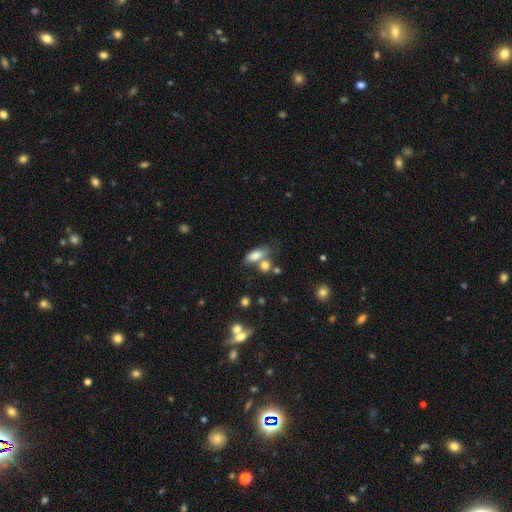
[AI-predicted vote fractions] Smooth or featured? Predicted: smooth (p=0.78). How rounded? Predicted: in between (p=0.80). Merging? Predicted: none (p=0.43).